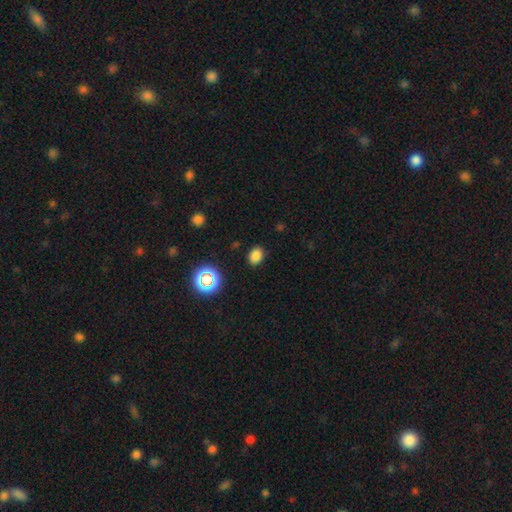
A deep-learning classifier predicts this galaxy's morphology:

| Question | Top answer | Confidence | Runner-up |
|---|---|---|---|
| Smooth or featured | smooth | 80% | star or artifact (16%) |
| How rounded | in between | 65% | round (34%) |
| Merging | none | 87% | minor disturbance (9%) |